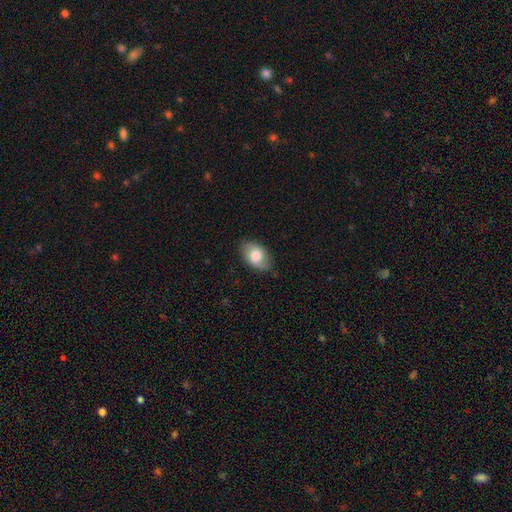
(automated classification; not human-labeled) Smooth or featured? smooth (74%)
How rounded? in between (91%)
Merging? none (83%)